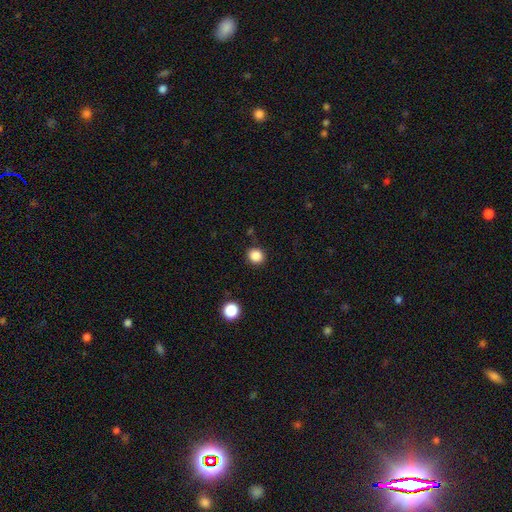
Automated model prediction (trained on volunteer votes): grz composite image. It shows a smooth galaxy with no disk features (86%) that is round (87%). Merging: none (88%).